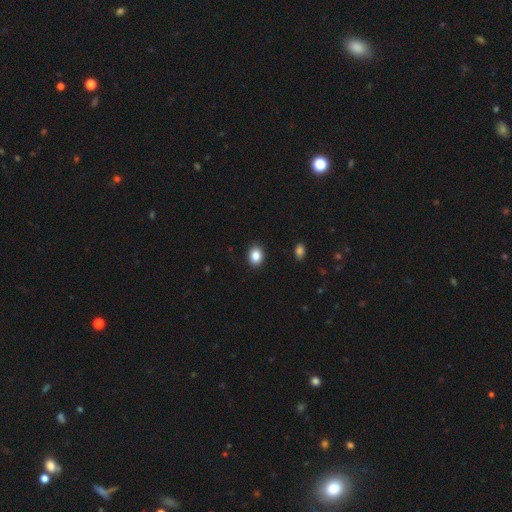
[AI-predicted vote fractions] This is clearly a smooth galaxy (87%). How rounded: possibly in between (52%). Merging: clearly none (90%).